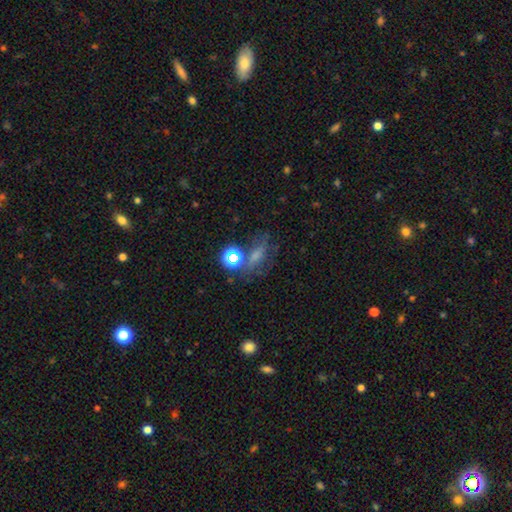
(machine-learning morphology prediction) Q: Smooth or featured?
A: smooth (48%); runner-up: star or artifact (31%)
Q: Merging?
A: none (51%); runner-up: minor disturbance (18%)